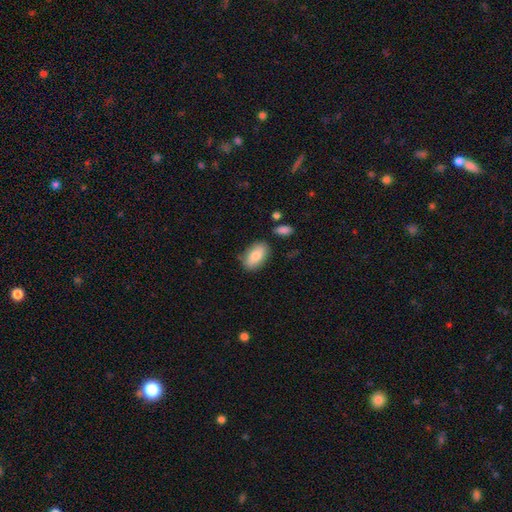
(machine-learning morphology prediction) Overall: smooth (81%). How rounded: in between (93%). Merging: none (79%).